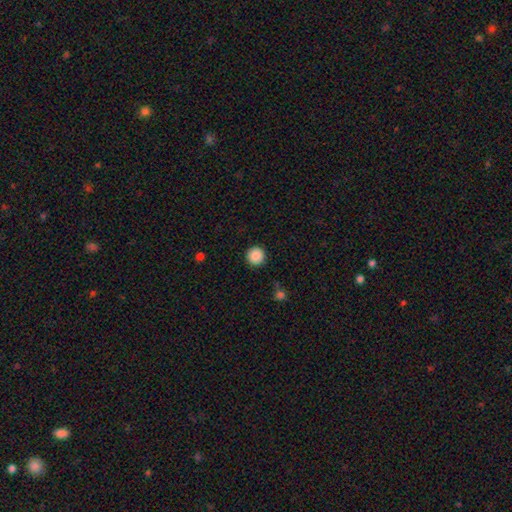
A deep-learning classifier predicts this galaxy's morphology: Smooth or featured? smooth (88%)
How rounded? round (96%)
Merging? none (92%)